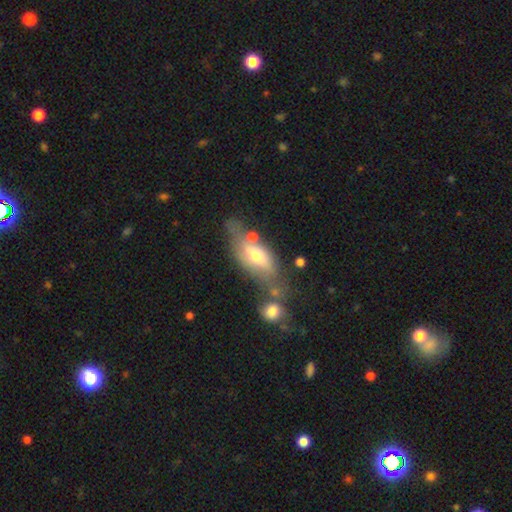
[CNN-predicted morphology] Overall: smooth (47%; featured or disk 46%). Merging: none (41%; merger 26%).